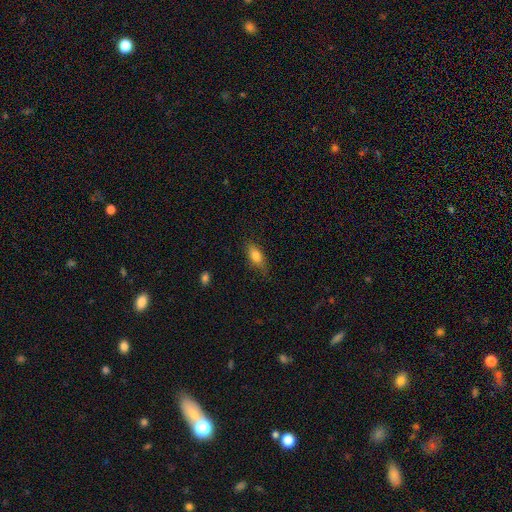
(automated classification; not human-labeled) Smooth or featured: smooth — 76% (featured or disk — 17%)
How rounded: in between — 76% (cigar-shaped — 20%)
Merging: none — 73% (minor disturbance — 21%)